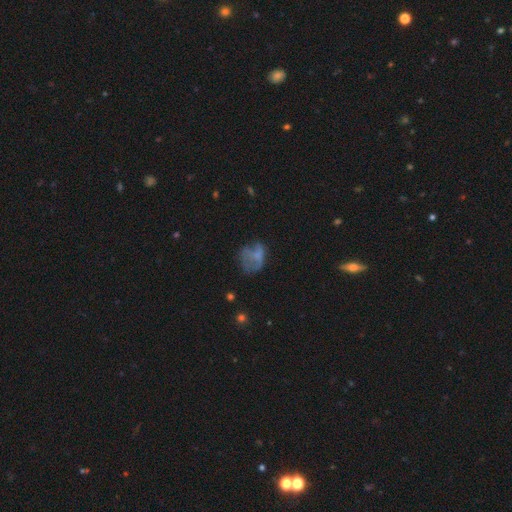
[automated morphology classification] Smooth or featured? smooth (51%)
How rounded? in between (54%)
Merging? none (37%)